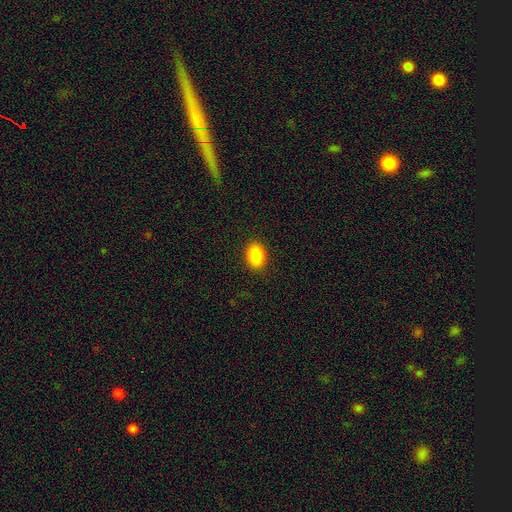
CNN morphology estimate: This appears to be a smooth galaxy with no disk features (87%) that is in between round and cigar-shaped (77%). Merging: none (90%).